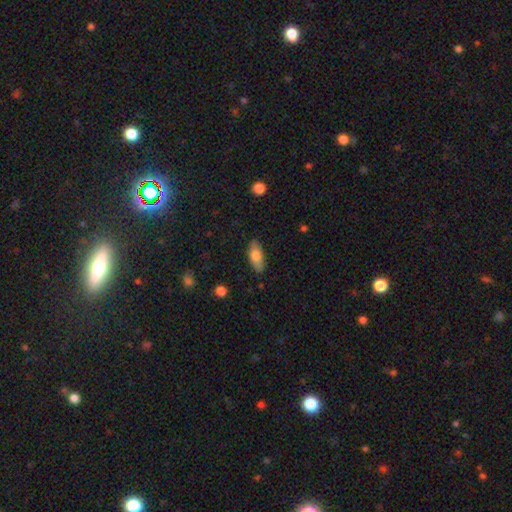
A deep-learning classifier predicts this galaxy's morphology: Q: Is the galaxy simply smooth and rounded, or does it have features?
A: smooth — 73%.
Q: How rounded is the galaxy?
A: in between — 77%.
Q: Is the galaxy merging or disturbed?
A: none — 86%.